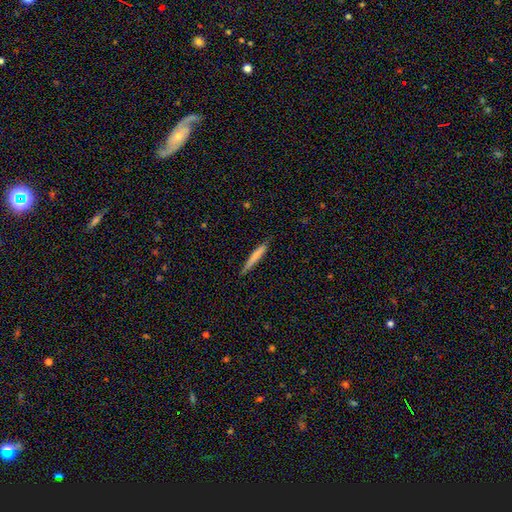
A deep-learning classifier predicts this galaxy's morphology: Overall: smooth (72%). How rounded: cigar-shaped (95%). Merging: none (82%).